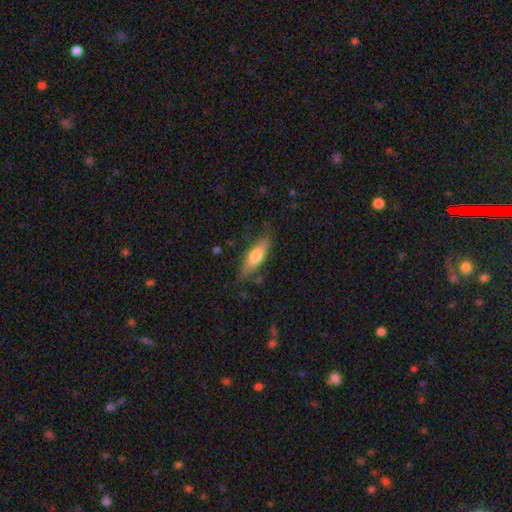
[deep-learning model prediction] Morphology: type=smooth (62%); roundness=cigar-shaped (51%); merging=none (76%).